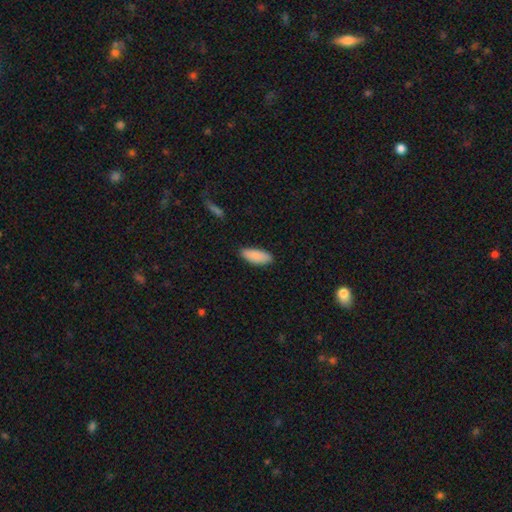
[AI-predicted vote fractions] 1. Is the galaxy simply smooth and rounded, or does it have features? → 87% smooth, 7% featured or disk, 6% star or artifact.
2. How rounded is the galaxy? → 80% in between, 18% cigar-shaped, 2% round.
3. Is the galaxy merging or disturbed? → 84% none, 13% minor disturbance, 2% major disturbance, 1% merger.